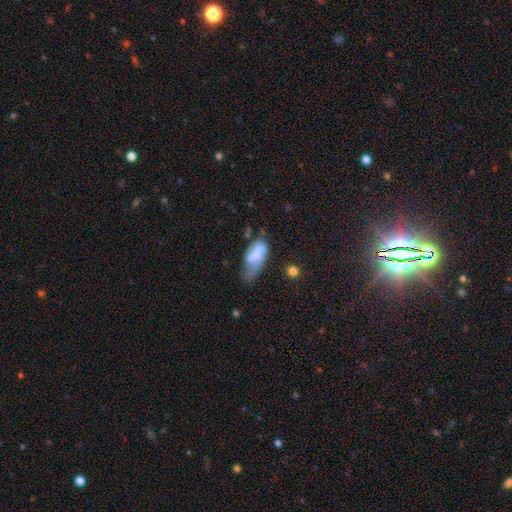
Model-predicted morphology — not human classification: Smooth or featured? Predicted: smooth (p=0.65). How rounded? Predicted: in between (p=0.85). Merging? Predicted: major disturbance (p=0.39).